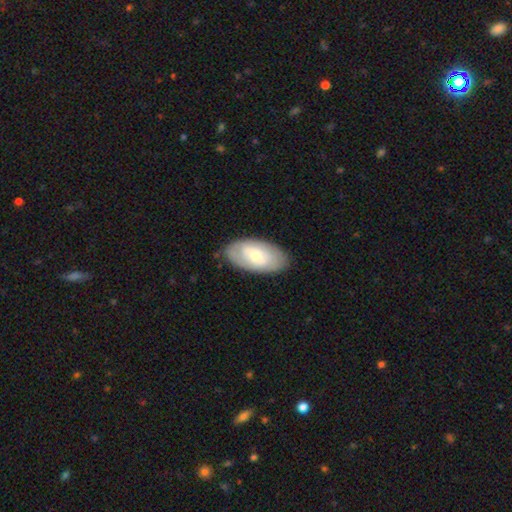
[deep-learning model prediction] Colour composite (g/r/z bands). It shows a smooth galaxy with no disk features (55%) that is in between round and cigar-shaped (94%). Merging: none (82%).